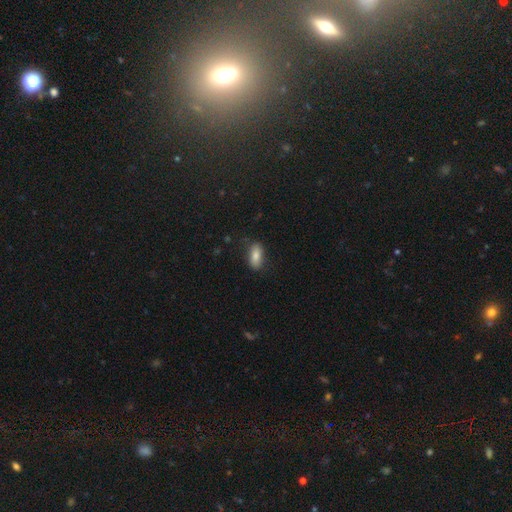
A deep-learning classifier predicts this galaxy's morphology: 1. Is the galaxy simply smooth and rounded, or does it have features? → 82% smooth, 10% featured or disk, 8% star or artifact.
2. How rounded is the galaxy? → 86% in between, 11% cigar-shaped, 3% round.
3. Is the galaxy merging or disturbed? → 80% none, 15% minor disturbance, 4% major disturbance, 1% merger.